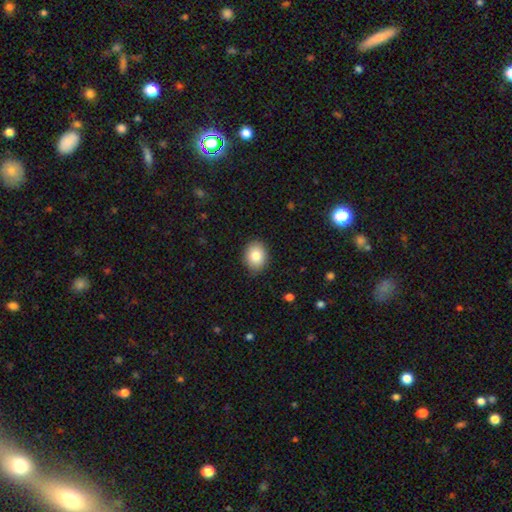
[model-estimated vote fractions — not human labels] Overall: smooth (83%). How rounded: in between (53%; round 46%). Merging: none (86%).